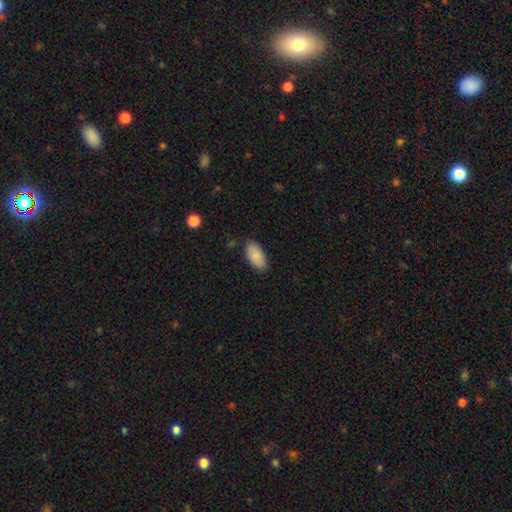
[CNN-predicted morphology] A smooth galaxy with no disk features (87%) that is in between round and cigar-shaped (94%).

Vote fractions:
- Smooth or featured? smooth: 87% / featured or disk: 7% / star or artifact: 6%
- How rounded? in between: 94% / cigar-shaped: 3% / round: 3%
- Merging? none: 84% / minor disturbance: 13% / major disturbance: 3% / merger: 1%